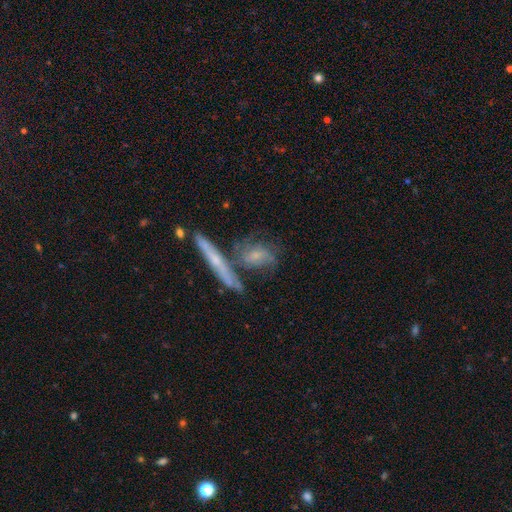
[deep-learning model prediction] The model was most divided on "merging": none: 47%, merger: 28%, minor disturbance: 17%, major disturbance: 8%. More confident: edge-on disk — no (66%); smooth or featured — featured or disk (60%).